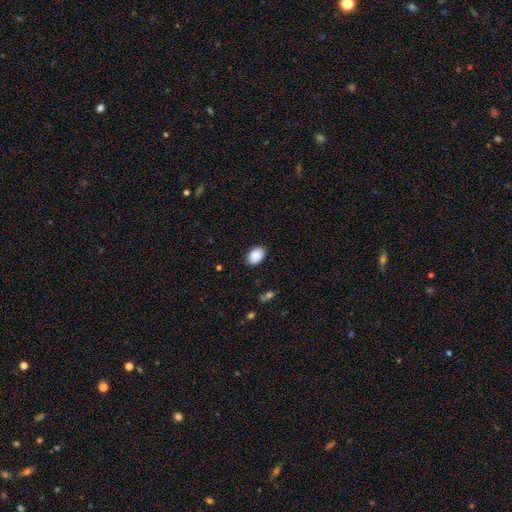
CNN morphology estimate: type=smooth (89%); roundness=in between (86%); merging=none (86%).